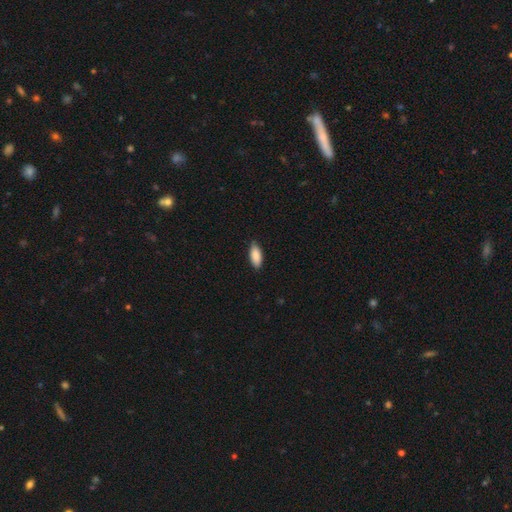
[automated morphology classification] smooth_or_featured: smooth (p=0.89) [alt: star or artifact p=0.06]
how_rounded: in between (p=0.84) [alt: cigar-shaped p=0.14]
merging: none (p=0.85) [alt: minor disturbance p=0.12]